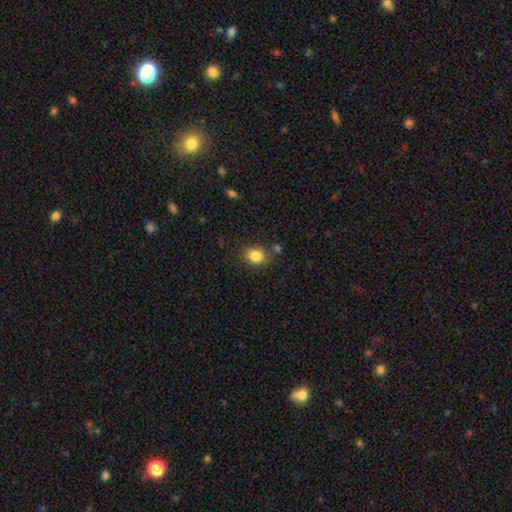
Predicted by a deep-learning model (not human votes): smooth_or_featured: smooth (p=0.84) [alt: star or artifact p=0.10]
how_rounded: round (p=0.50) [alt: in between p=0.49]
merging: none (p=0.79) [alt: minor disturbance p=0.12]